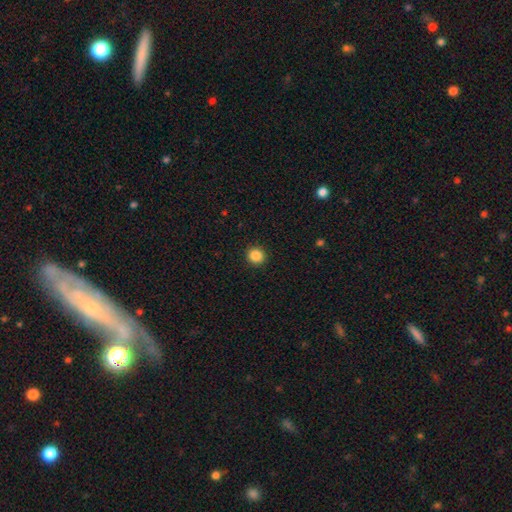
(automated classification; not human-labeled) Smooth or featured? smooth (87%)
How rounded? round (93%)
Merging? none (93%)